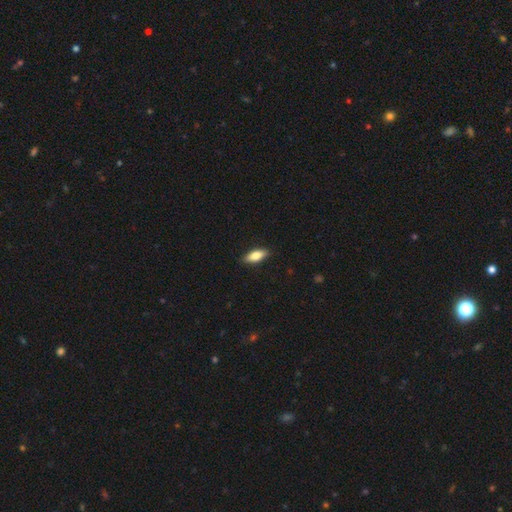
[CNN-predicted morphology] Q: Smooth or featured?
A: smooth (76%); runner-up: featured or disk (18%)
Q: How rounded?
A: in between (72%); runner-up: cigar-shaped (26%)
Q: Merging?
A: none (89%); runner-up: minor disturbance (9%)